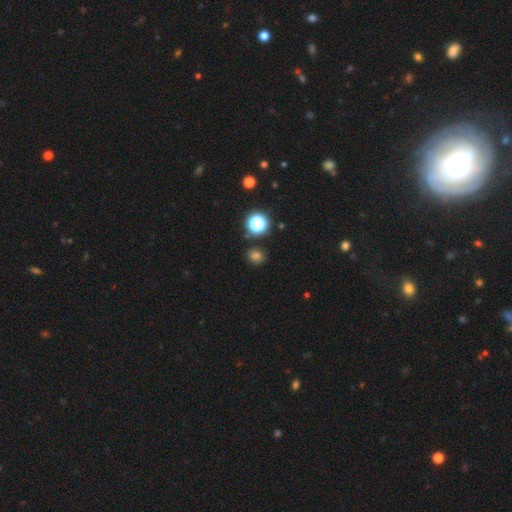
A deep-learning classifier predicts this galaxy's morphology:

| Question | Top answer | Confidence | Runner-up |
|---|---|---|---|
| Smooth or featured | smooth | 73% | star or artifact (22%) |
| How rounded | round | 75% | in between (24%) |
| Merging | none | 86% | minor disturbance (8%) |